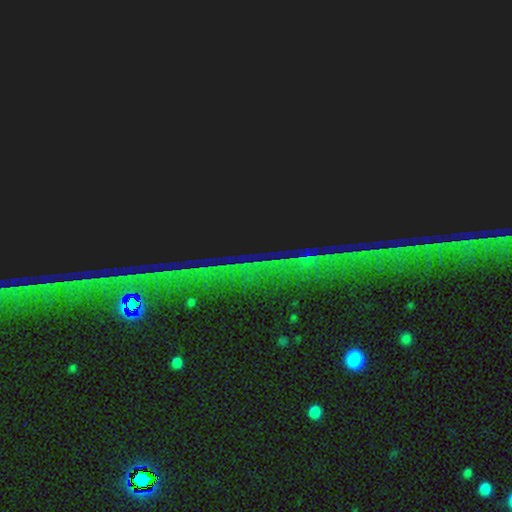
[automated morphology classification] Smooth or featured?
  - star or artifact: 85% *
  - featured or disk: 7%
  - smooth: 7%